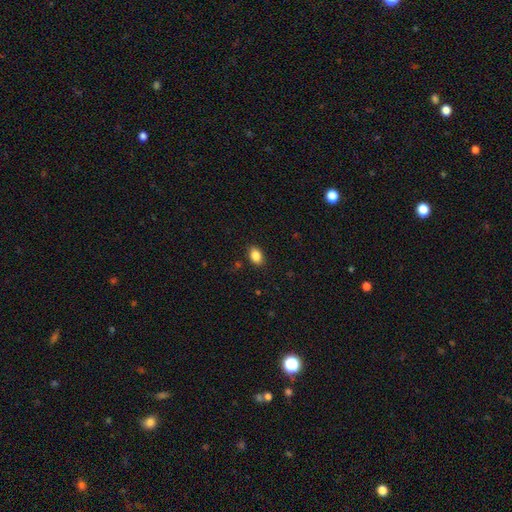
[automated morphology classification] type=smooth (86%); roundness=in between (82%); merging=none (87%).